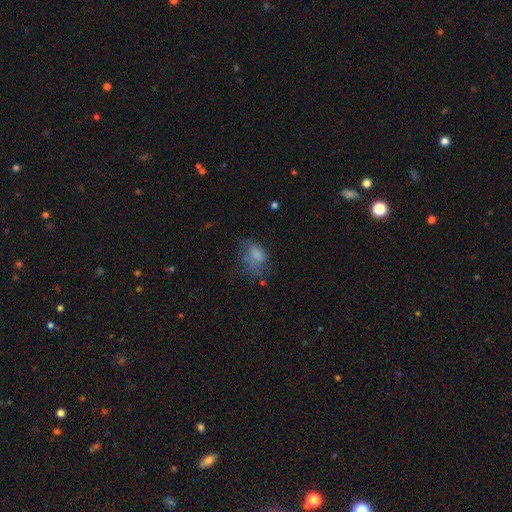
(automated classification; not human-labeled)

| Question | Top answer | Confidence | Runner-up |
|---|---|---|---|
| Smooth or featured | smooth | 69% | featured or disk (19%) |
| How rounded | in between | 82% | round (16%) |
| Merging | none | 37% | major disturbance (30%) |